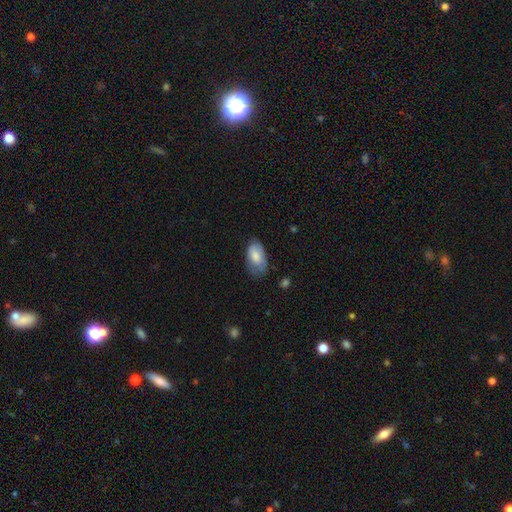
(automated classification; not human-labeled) Q: Smooth or featured?
A: smooth (77%); runner-up: featured or disk (17%)
Q: How rounded?
A: in between (94%); runner-up: round (4%)
Q: Merging?
A: none (56%); runner-up: minor disturbance (33%)